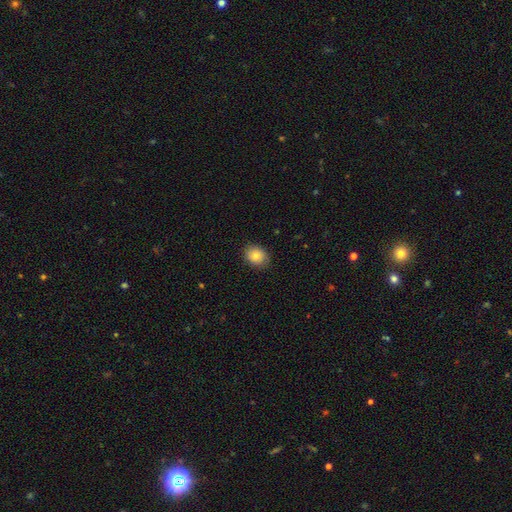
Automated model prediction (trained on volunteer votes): This is clearly a smooth galaxy (81%). How rounded: possibly round (53%). Merging: clearly none (85%).